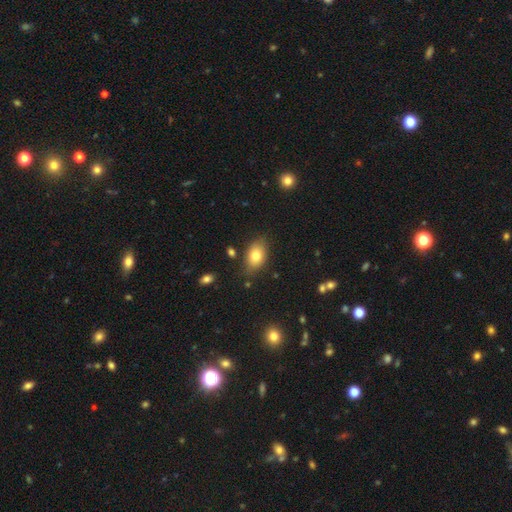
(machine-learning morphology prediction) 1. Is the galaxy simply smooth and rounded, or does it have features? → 79% smooth, 12% featured or disk, 9% star or artifact.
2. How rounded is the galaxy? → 83% in between, 16% round, 2% cigar-shaped.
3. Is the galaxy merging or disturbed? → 77% none, 17% minor disturbance, 4% major disturbance, 3% merger.